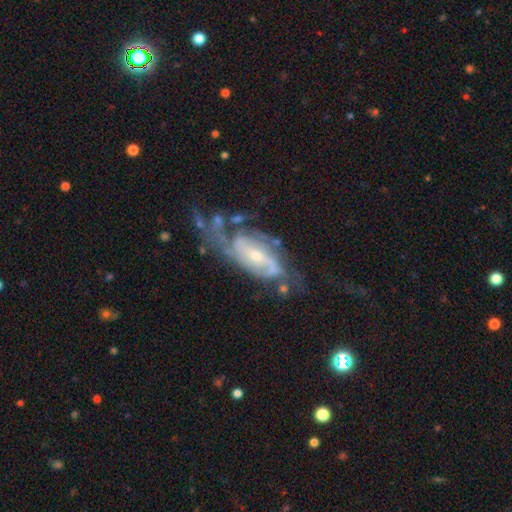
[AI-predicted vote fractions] Smooth or featured?
  - featured or disk: 84% *
  - smooth: 10%
  - star or artifact: 6%
Edge-on disk?
  - no: 93% *
  - yes: 7%
Bar?
  - no: 44% *
  - weak: 38%
  - strong: 18%
Spiral arms?
  - yes: 92% *
  - no: 8%
Spiral winding?
  - tight: 43% *
  - medium: 40%
  - loose: 17%
Spiral arm count?
  - 2: 45% *
  - can't tell: 29%
  - 3: 13%
  - 1: 5%
  - 4: 5%
  - more than 4: 3%
Bulge size?
  - small: 57% *
  - moderate: 38%
  - large: 2%
  - none: 2%
  - dominant: 1%
Merging?
  - none: 41% *
  - major disturbance: 28%
  - minor disturbance: 22%
  - merger: 9%